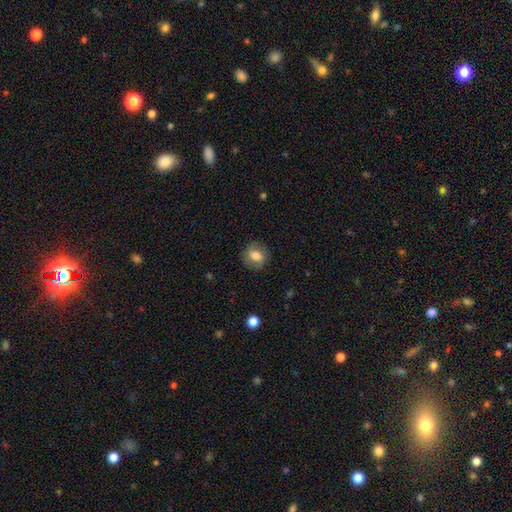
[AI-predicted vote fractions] A smooth galaxy with no disk features (66%) that is round (64%).

Vote fractions:
- Smooth or featured? smooth: 66% / featured or disk: 25% / star or artifact: 8%
- How rounded? round: 64% / in between: 34% / cigar-shaped: 1%
- Merging? none: 81% / minor disturbance: 13% / major disturbance: 5% / merger: 1%